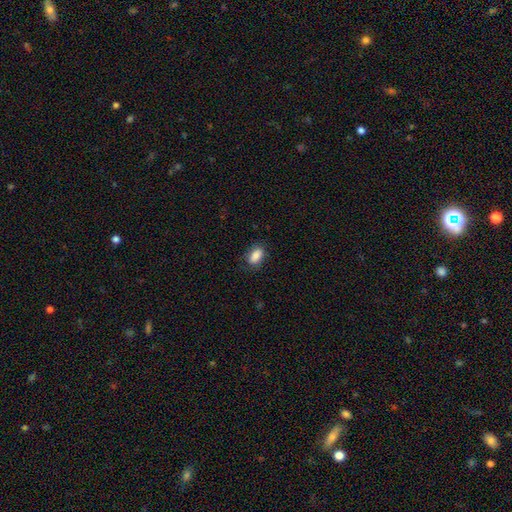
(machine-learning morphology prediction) Smooth or featured? smooth (86%)
How rounded? in between (89%)
Merging? none (76%)